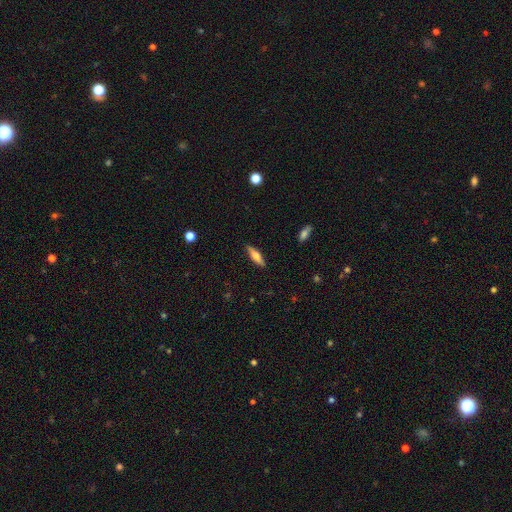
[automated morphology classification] Smooth or featured?
  - smooth: 58% *
  - featured or disk: 35%
  - star or artifact: 7%
How rounded?
  - cigar-shaped: 61% *
  - in between: 37%
  - round: 2%
Merging?
  - none: 88% *
  - minor disturbance: 9%
  - major disturbance: 2%
  - merger: 1%